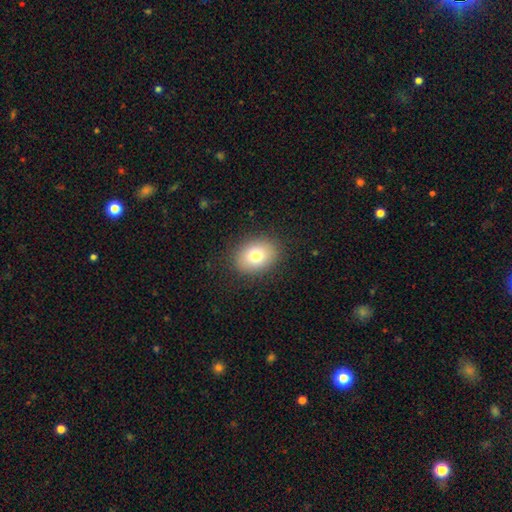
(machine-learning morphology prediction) A smooth galaxy with no disk features (77%) that is in between round and cigar-shaped (60%). Merging: none (88%).